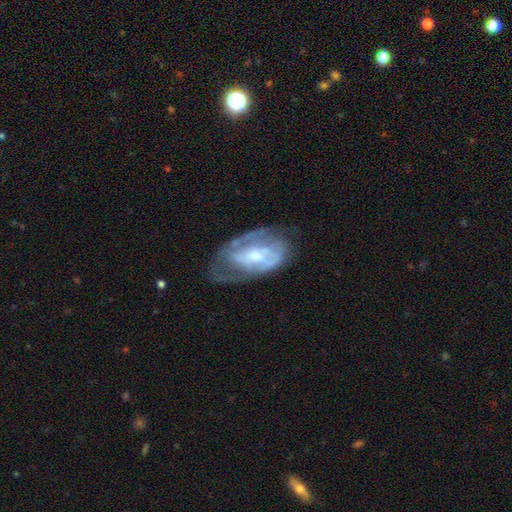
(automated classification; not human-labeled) The model was most divided on "bulge size": moderate: 41%, small: 35%, large: 12%, none: 11%, dominant: 2%. More confident: edge-on disk — no (95%); smooth or featured — featured or disk (73%); spiral arms — yes (71%); bar — no (53%); merging — none (52%).